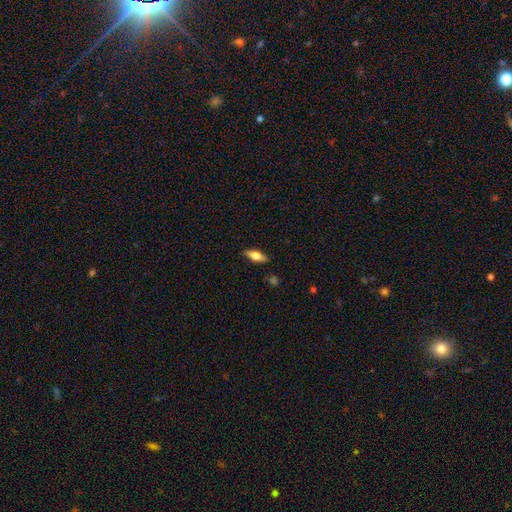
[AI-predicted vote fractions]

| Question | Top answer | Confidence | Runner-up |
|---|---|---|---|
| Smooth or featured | smooth | 57% | featured or disk (36%) |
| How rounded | in between | 67% | cigar-shaped (30%) |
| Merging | none | 87% | minor disturbance (10%) |